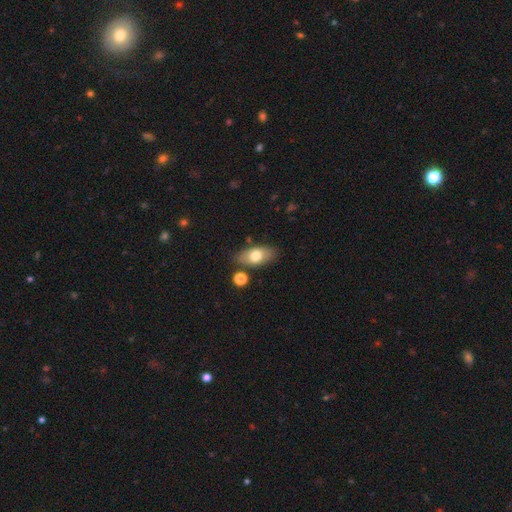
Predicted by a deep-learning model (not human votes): Smooth or featured? Predicted: smooth (p=0.72). How rounded? Predicted: in between (p=0.89). Merging? Predicted: none (p=0.79).